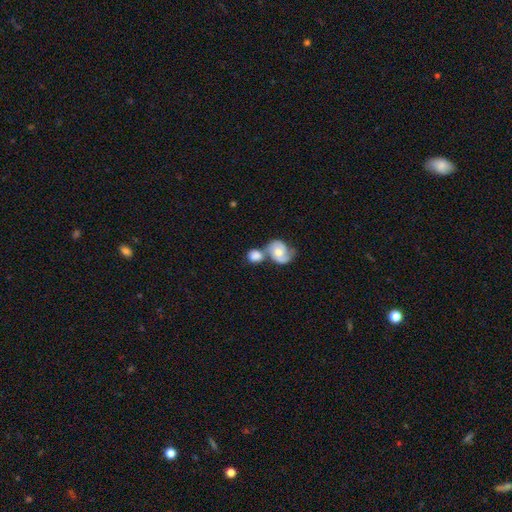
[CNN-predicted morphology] smooth-or-featured: smooth: 63% | featured or disk: 30% | star or artifact: 7%
  how-rounded: round: 63% | in between: 35% | cigar-shaped: 2%
  merging: merger: 51% | none: 32% | minor disturbance: 11% | major disturbance: 6%